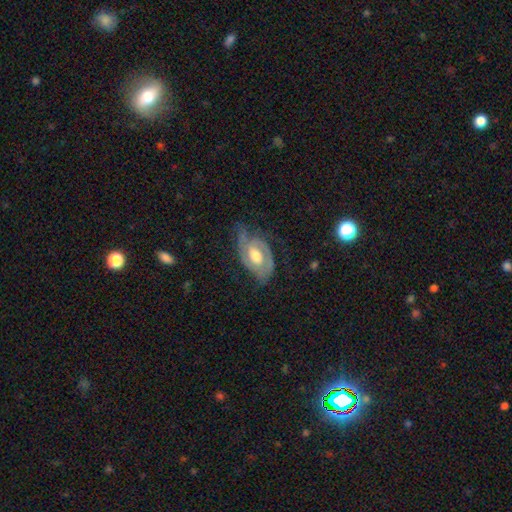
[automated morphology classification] type=featured or disk (79%); edge-on=no (95%); bar=no (52%); spiral arms=yes (89%); winding=tight (46%); arm count=2 (68%); bulge=moderate (67%); merging=none (52%).